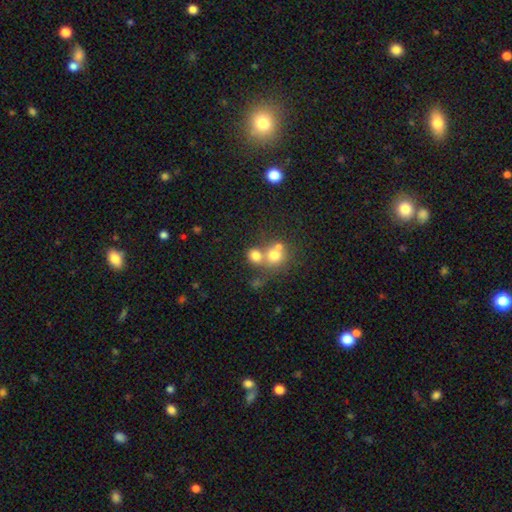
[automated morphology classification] Overall: smooth (72%). How rounded: round (76%). Merging: merger (49%; none 39%).